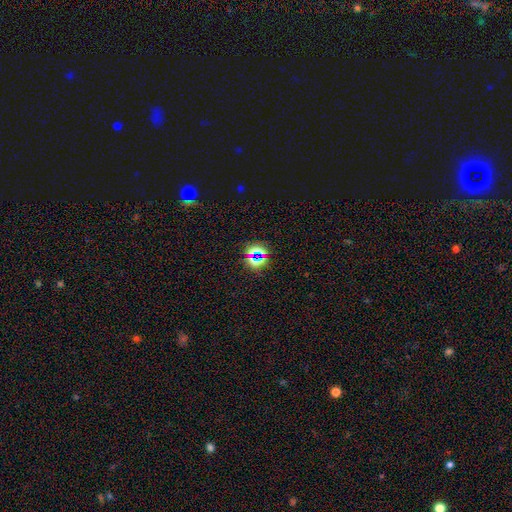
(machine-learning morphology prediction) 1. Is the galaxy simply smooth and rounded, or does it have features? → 58% star or artifact, 31% smooth, 11% featured or disk.